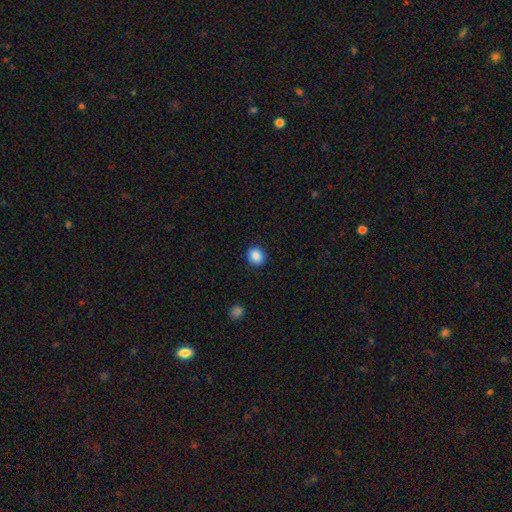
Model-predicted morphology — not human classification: The model was most divided on "how rounded": round: 74%, in between: 25%, cigar-shaped: 1%. More confident: merging — none (90%); smooth or featured — smooth (88%).